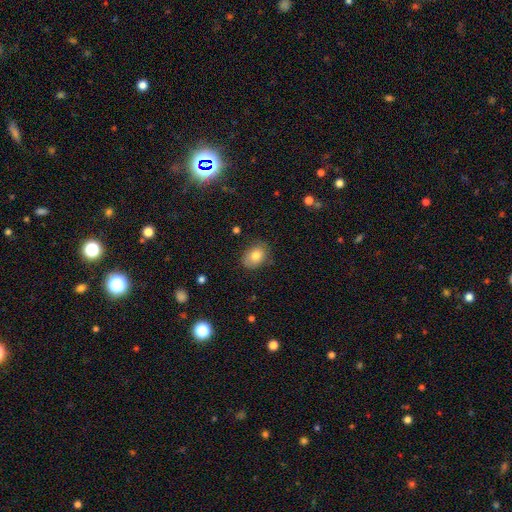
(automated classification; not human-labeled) smooth 78%, featured or disk 14%, star or artifact 9%. Down the decision tree: how rounded — in between (63%); merging — none (74%).